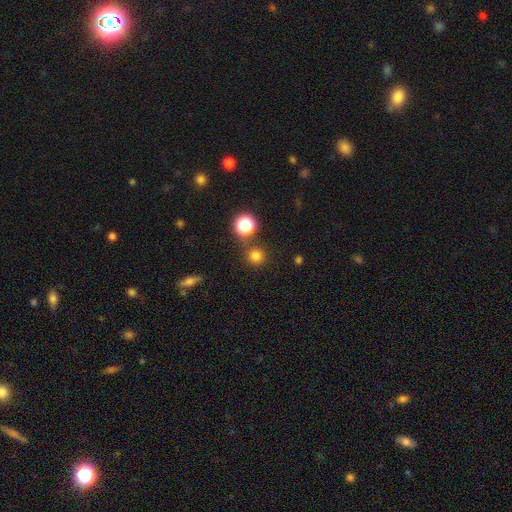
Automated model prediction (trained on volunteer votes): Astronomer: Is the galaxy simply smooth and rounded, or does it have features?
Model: smooth — 76%.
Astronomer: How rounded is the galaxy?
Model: round — 93%.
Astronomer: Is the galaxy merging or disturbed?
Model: none — 78%.